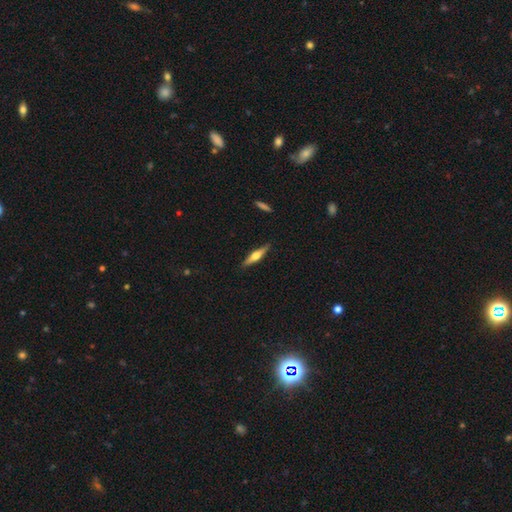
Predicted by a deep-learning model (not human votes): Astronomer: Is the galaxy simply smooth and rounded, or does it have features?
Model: featured or disk — 57% (runner-up: smooth, 38%).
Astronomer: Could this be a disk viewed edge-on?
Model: yes — 96%.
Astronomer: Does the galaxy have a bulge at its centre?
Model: rounded — 92%.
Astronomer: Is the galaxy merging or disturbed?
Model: none — 89%.